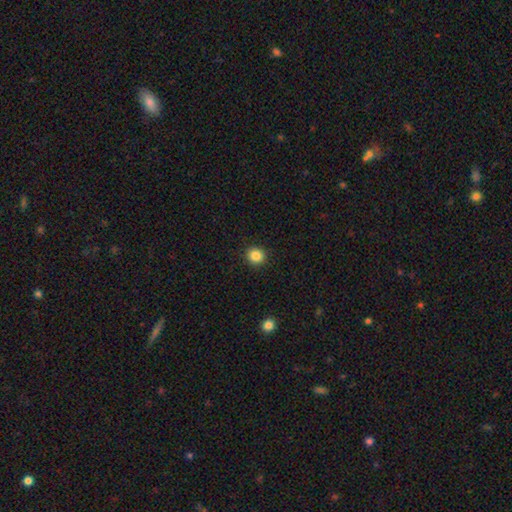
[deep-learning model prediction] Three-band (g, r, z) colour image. It shows a smooth galaxy with no disk features (85%) that is round (90%). Merging: none (92%).